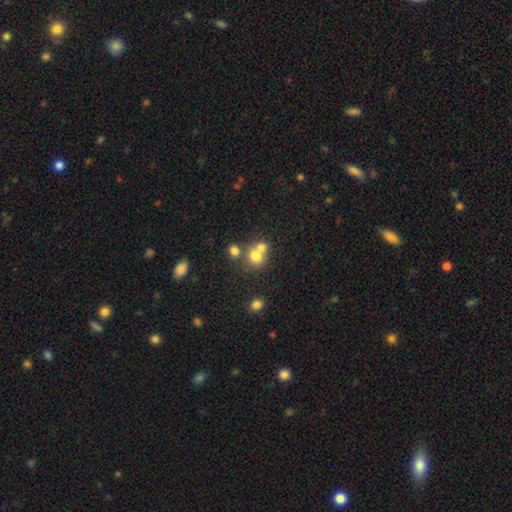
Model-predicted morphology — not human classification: Smooth or featured? smooth (72%)
How rounded? round (77%)
Merging? merger (52%)